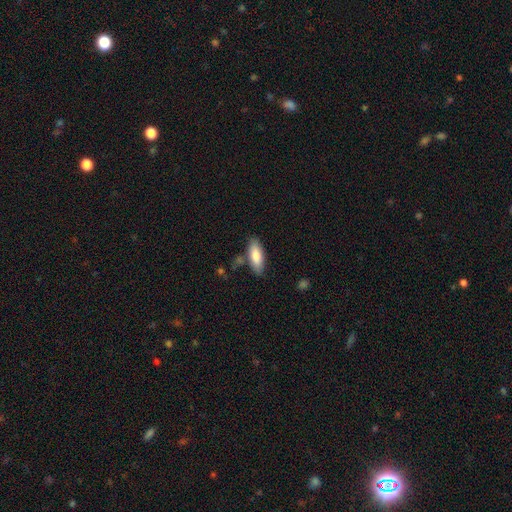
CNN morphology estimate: type=smooth (81%); roundness=in between (70%); merging=none (77%).